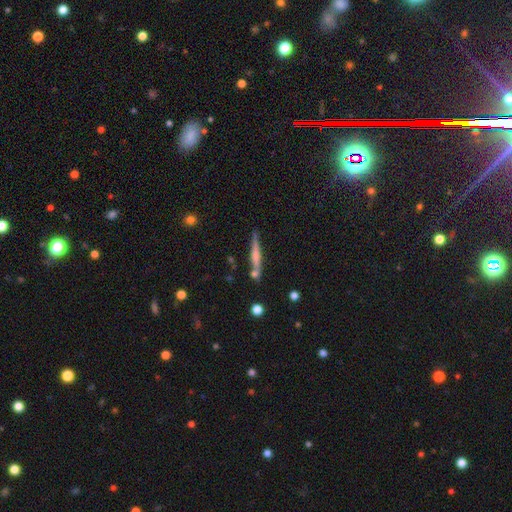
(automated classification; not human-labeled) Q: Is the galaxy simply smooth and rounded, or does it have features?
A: featured or disk — 52%.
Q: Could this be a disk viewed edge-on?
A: yes — 96%.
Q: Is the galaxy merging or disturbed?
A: none — 75%.